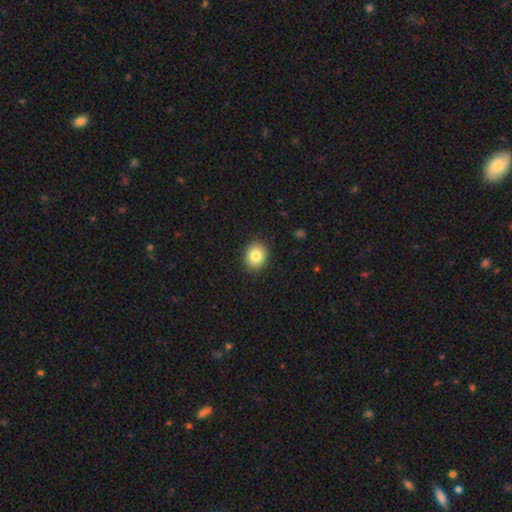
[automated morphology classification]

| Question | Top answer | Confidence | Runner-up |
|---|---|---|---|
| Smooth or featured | smooth | 83% | star or artifact (9%) |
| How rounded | round | 74% | in between (25%) |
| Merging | none | 90% | minor disturbance (7%) |